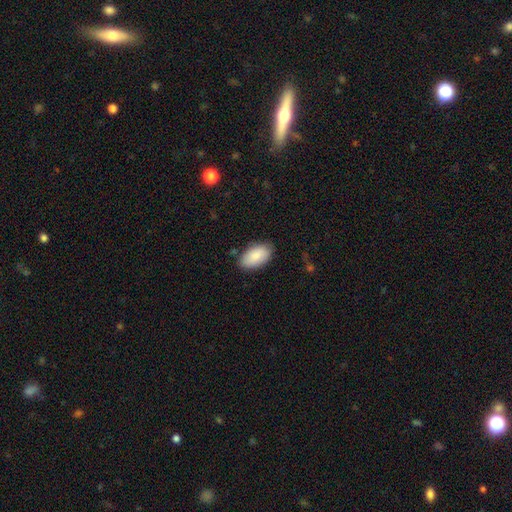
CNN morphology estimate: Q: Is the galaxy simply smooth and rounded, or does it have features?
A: smooth — 85%.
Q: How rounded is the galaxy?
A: in between — 94%.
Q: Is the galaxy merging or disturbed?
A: none — 81%.